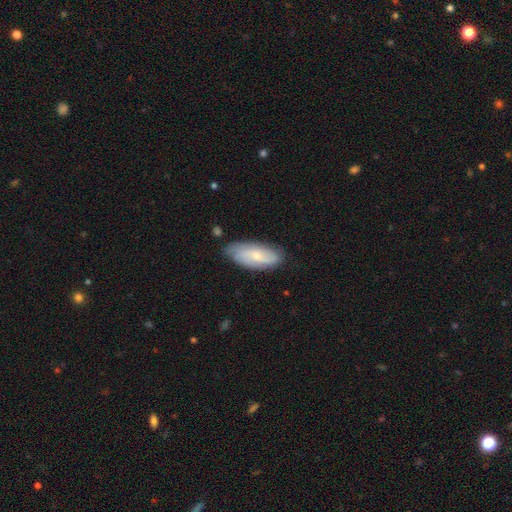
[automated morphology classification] Smooth or featured?
  - featured or disk: 47% *
  - smooth: 46%
  - star or artifact: 7%
Merging?
  - none: 73% *
  - minor disturbance: 21%
  - major disturbance: 4%
  - merger: 2%